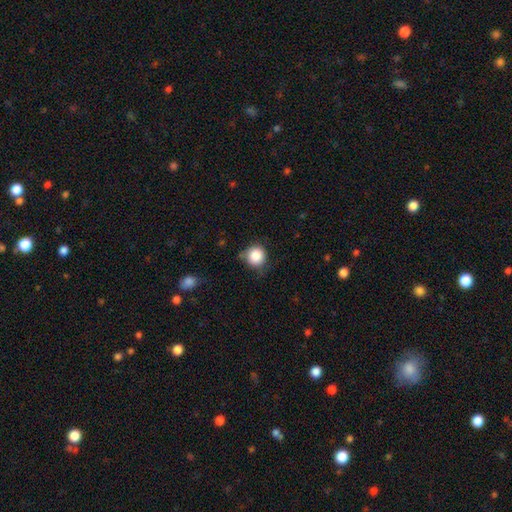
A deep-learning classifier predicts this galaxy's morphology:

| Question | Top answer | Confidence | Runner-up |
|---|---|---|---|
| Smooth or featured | smooth | 86% | star or artifact (10%) |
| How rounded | round | 92% | in between (7%) |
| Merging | none | 67% | minor disturbance (25%) |